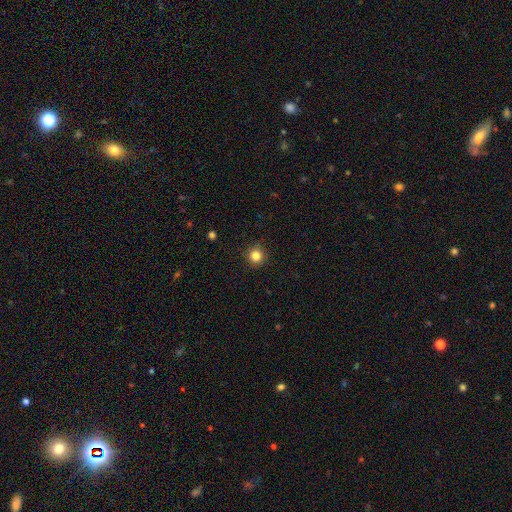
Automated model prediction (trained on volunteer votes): Morphology: type=smooth (82%); roundness=round (94%); merging=none (90%).